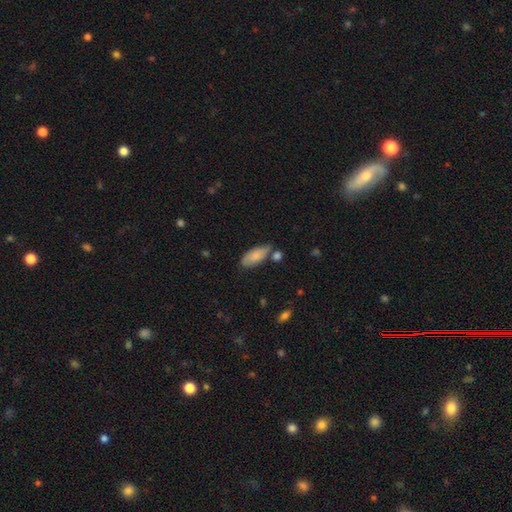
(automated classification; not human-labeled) Smooth or featured? smooth (81%)
How rounded? in between (86%)
Merging? none (61%)